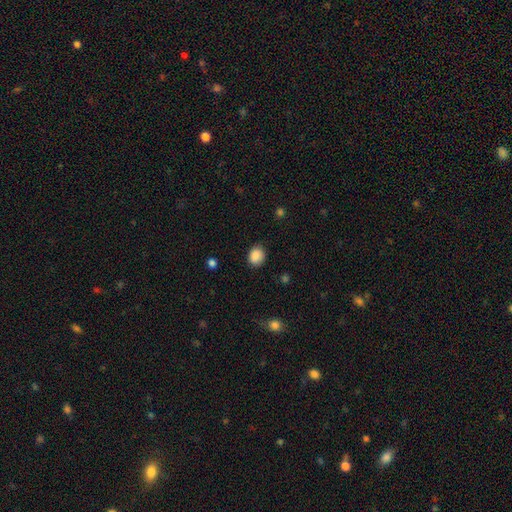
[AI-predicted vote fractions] The model was most divided on "how rounded": round: 56%, in between: 43%, cigar-shaped: 1%. More confident: smooth or featured — smooth (88%); merging — none (83%).